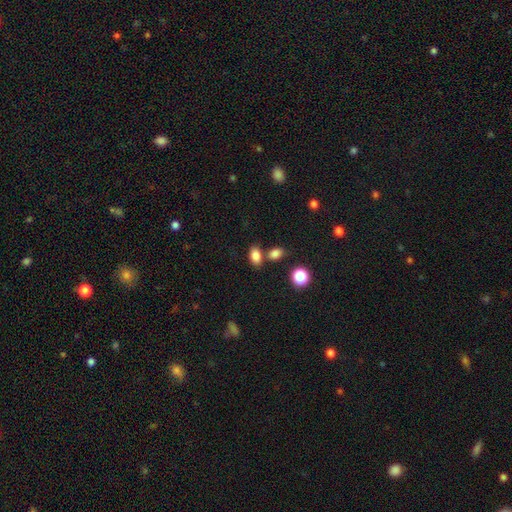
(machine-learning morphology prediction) smooth_or_featured: smooth (p=0.83) [alt: star or artifact p=0.11]
how_rounded: in between (p=0.84) [alt: round p=0.15]
merging: none (p=0.63) [alt: merger p=0.22]